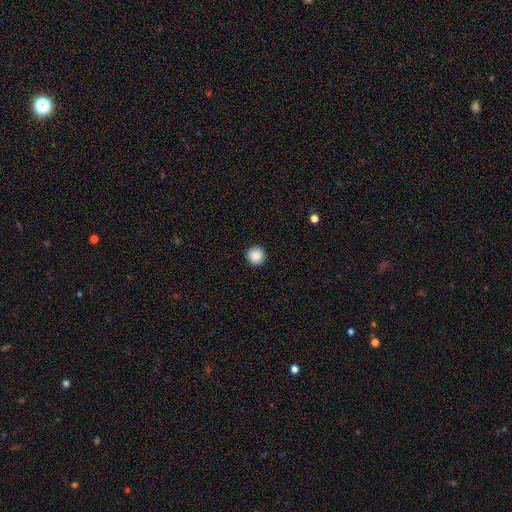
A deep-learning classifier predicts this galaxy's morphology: The model was most divided on "smooth or featured": smooth: 88%, star or artifact: 9%, featured or disk: 3%. More confident: how rounded — round (96%); merging — none (93%).